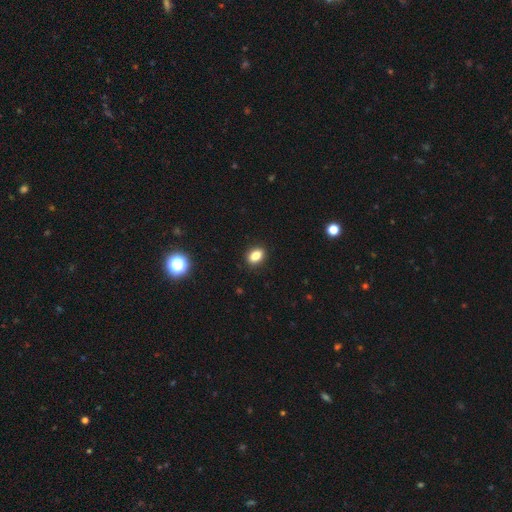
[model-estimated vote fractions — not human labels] Overall: smooth (84%). How rounded: in between (79%). Merging: none (89%).